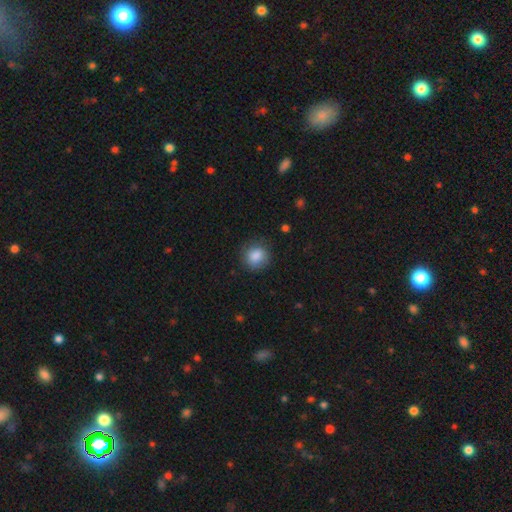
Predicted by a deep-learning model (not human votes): Morphology: type=smooth (86%); roundness=round (82%); merging=none (82%).